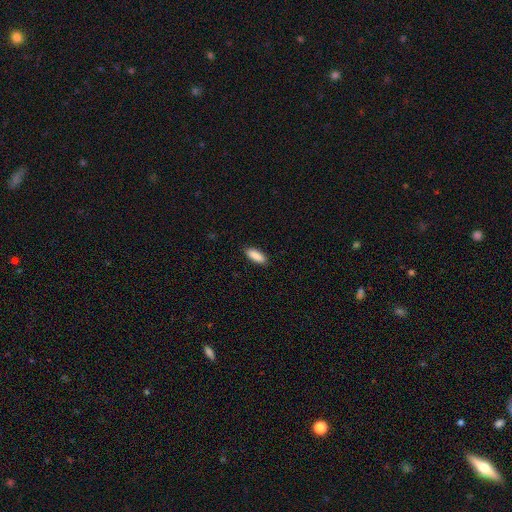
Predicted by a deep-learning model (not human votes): This appears to be a smooth galaxy with no disk features (90%) that is in between round and cigar-shaped (73%). Merging: none (89%).